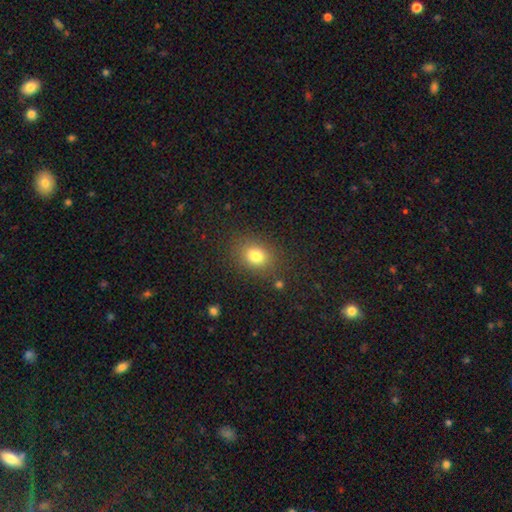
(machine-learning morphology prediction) A smooth galaxy with no disk features (80%) that is in between round and cigar-shaped (51%).

Vote fractions:
- Smooth or featured? smooth: 80% / star or artifact: 13% / featured or disk: 8%
- How rounded? in between: 51% / round: 48% / cigar-shaped: 1%
- Merging? none: 84% / minor disturbance: 10% / major disturbance: 4% / merger: 2%